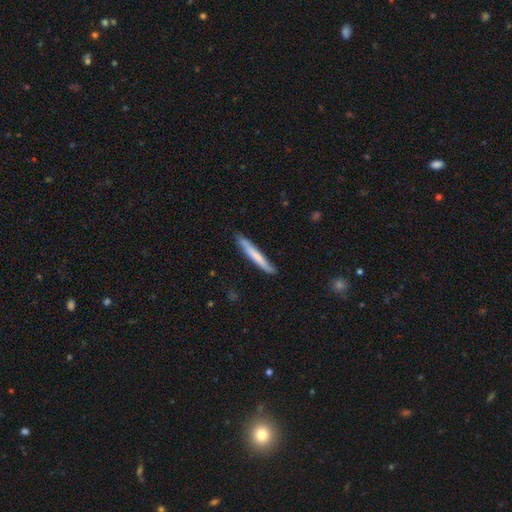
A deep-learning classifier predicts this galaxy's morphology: smooth-or-featured: smooth: 67% | featured or disk: 28% | star or artifact: 5%
  how-rounded: cigar-shaped: 96% | in between: 3% | round: 1%
  merging: none: 85% | minor disturbance: 12% | major disturbance: 2% | merger: 1%